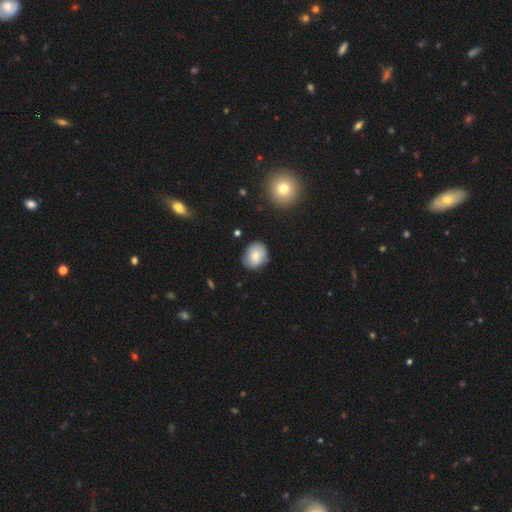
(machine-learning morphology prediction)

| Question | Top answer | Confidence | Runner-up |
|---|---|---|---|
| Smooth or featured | smooth | 78% | featured or disk (14%) |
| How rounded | round | 54% | in between (45%) |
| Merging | none | 76% | minor disturbance (19%) |